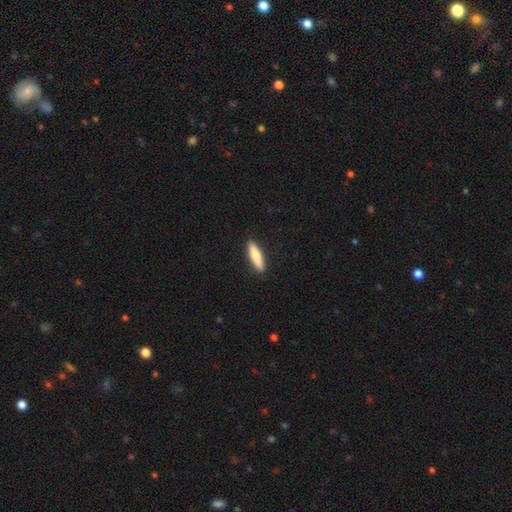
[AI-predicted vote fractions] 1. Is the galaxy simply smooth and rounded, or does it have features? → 71% smooth, 24% featured or disk, 5% star or artifact.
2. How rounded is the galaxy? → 75% cigar-shaped, 24% in between, 2% round.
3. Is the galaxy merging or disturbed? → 91% none, 7% minor disturbance, 1% major disturbance, 1% merger.